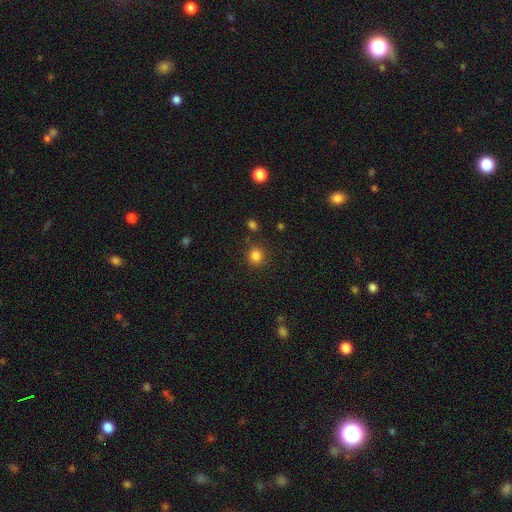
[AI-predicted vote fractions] Overall: smooth (83%). How rounded: round (89%). Merging: none (85%).